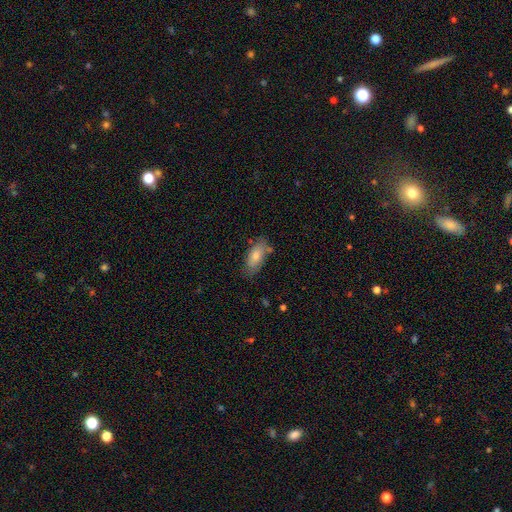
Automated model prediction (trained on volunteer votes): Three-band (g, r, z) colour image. It shows a smooth galaxy with no disk features (70%) that is in between round and cigar-shaped (83%). Merging: none (74%).